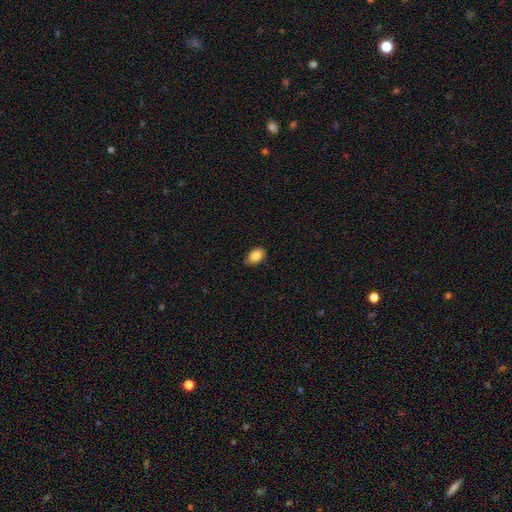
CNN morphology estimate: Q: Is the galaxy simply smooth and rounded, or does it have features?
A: smooth — 85%.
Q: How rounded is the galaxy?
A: in between — 86%.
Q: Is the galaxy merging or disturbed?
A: none — 76%.